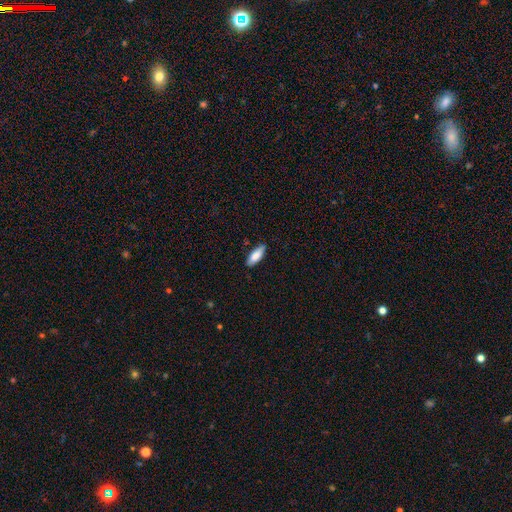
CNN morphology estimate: Q: Smooth or featured?
A: smooth (82%); runner-up: featured or disk (12%)
Q: How rounded?
A: in between (69%); runner-up: cigar-shaped (29%)
Q: Merging?
A: none (86%); runner-up: minor disturbance (11%)